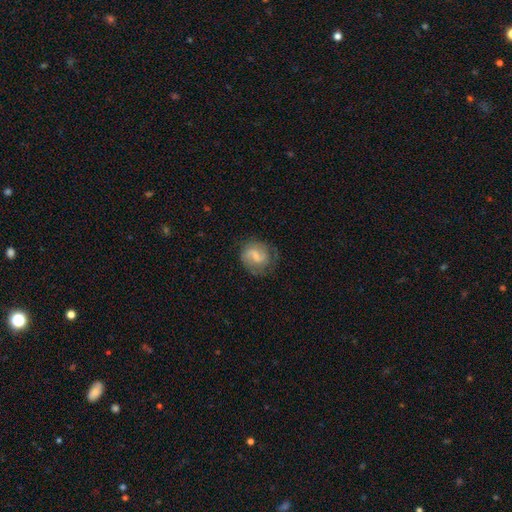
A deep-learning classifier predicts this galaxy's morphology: Smooth or featured?
  - featured or disk: 60% *
  - smooth: 33%
  - star or artifact: 7%
Edge-on disk?
  - no: 98% *
  - yes: 2%
Bar?
  - weak: 57% *
  - no: 23%
  - strong: 19%
Spiral arms?
  - yes: 85% *
  - no: 15%
Bulge size?
  - small: 46% *
  - moderate: 29%
  - none: 20%
  - large: 4%
  - dominant: 1%
Merging?
  - none: 64% *
  - minor disturbance: 21%
  - major disturbance: 13%
  - merger: 1%